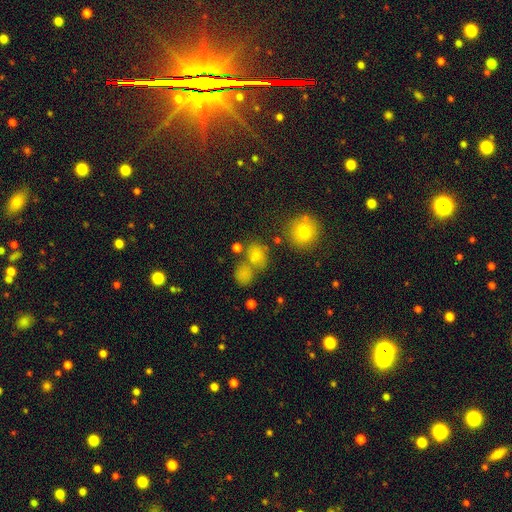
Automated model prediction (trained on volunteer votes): Morphology: type=smooth (59%); roundness=round (74%); merging=none (61%).